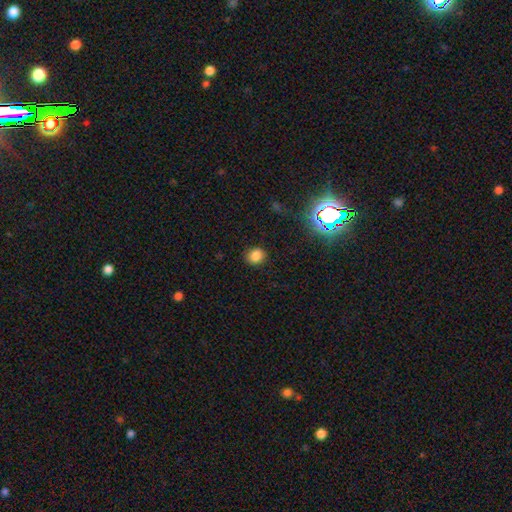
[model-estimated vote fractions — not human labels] smooth 81%, star or artifact 14%, featured or disk 5%. Down the decision tree: how rounded — round (67%); merging — none (87%).